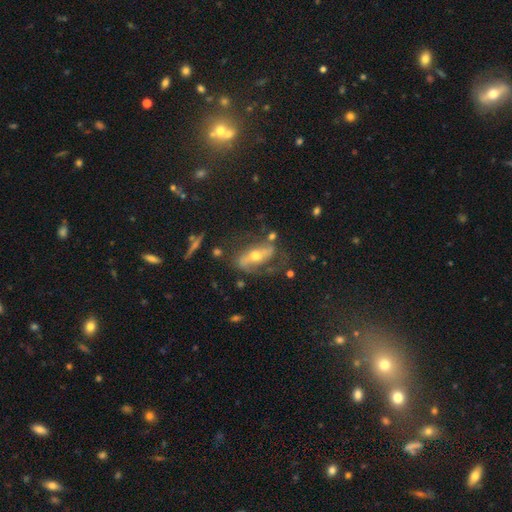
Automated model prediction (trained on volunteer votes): This is likely a featured or disk galaxy (72%). It is likely not viewed edge-on (76%). Bar: possibly strong (46%). Spiral arm pattern: likely yes (76%). Central bulge: likely moderate (61%). Merging: possibly none (59%).